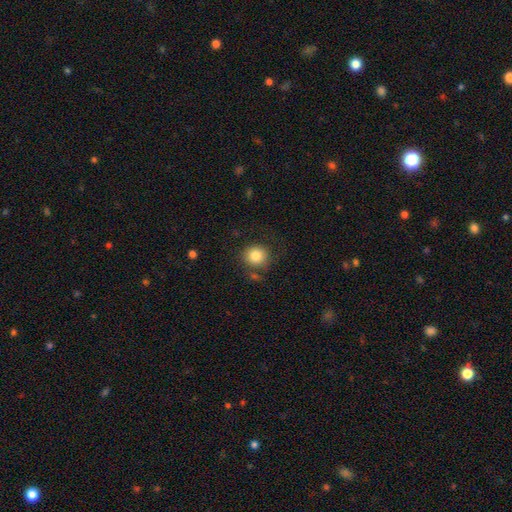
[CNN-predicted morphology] A smooth galaxy with no disk features (83%) that is round (90%).

Vote fractions:
- Smooth or featured? smooth: 83% / star or artifact: 10% / featured or disk: 7%
- How rounded? round: 90% / in between: 9% / cigar-shaped: 1%
- Merging? none: 77% / minor disturbance: 13% / major disturbance: 5% / merger: 5%